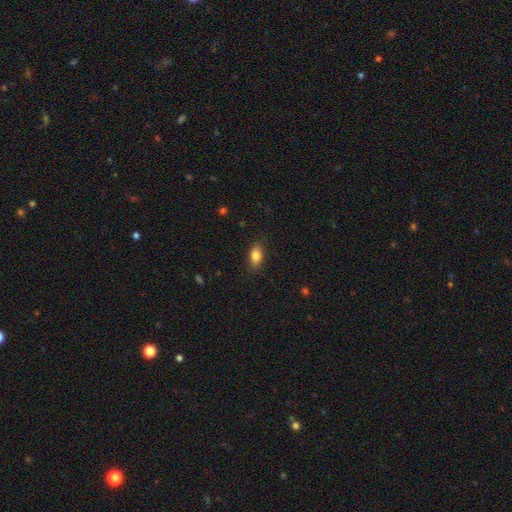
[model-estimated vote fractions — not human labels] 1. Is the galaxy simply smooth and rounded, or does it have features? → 84% smooth, 8% star or artifact, 8% featured or disk.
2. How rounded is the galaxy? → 86% in between, 7% round, 7% cigar-shaped.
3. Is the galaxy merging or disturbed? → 84% none, 12% minor disturbance, 3% major disturbance, 1% merger.